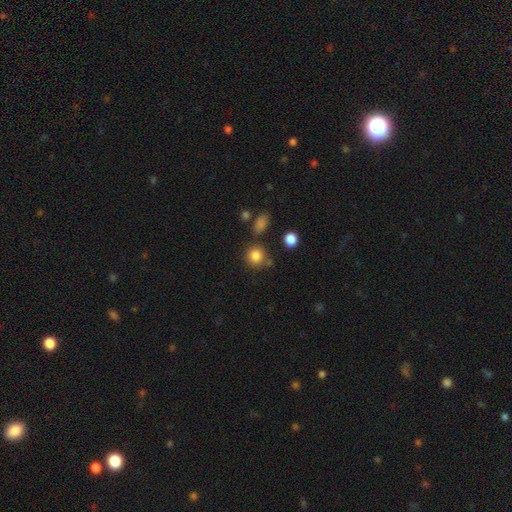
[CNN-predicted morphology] smooth-or-featured: smooth: 84% | star or artifact: 11% | featured or disk: 5%
  how-rounded: round: 88% | in between: 11% | cigar-shaped: 1%
  merging: none: 77% | minor disturbance: 11% | merger: 8% | major disturbance: 4%